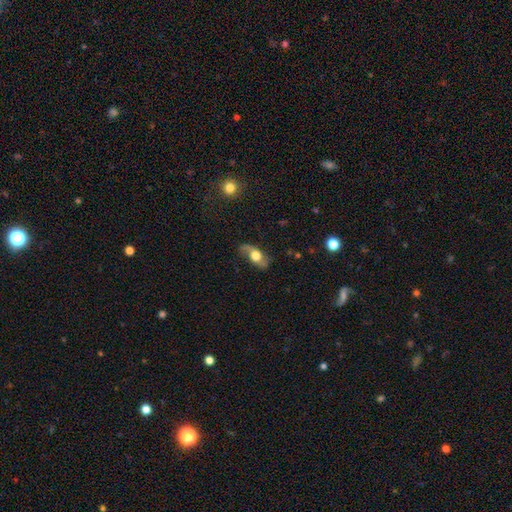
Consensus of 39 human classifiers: A featured or disk galaxy (59%) with no bar (80%), 2 (86%) loose (79%) spiral arms (70%) and a large central bulge (70%).

Vote fractions:
- Smooth or featured? featured or disk: 59% / smooth: 38% / star or artifact: 3%
- Edge-on disk? no: 87% / yes: 13%
- Bar? no: 80% / weak: 20% / strong: 0%
- Spiral arms? yes: 70% / no: 30%
- Spiral winding? loose: 79% / medium: 14% / tight: 7%
- Spiral arm count? 2: 86% / 1: 7% / can't tell: 7% / 3: 0% / 4: 0% / more than 4: 0%
- Bulge size? large: 70% / moderate: 20% / dominant: 10% / small: 0% / none: 0%
- Merging? none: 53% / major disturbance: 26% / minor disturbance: 21% / merger: 0%